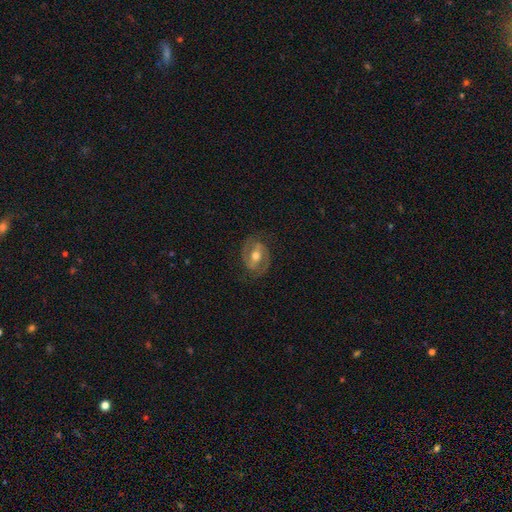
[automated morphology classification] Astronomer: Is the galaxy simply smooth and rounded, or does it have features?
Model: featured or disk — 78%.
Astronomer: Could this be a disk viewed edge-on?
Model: no — 96%.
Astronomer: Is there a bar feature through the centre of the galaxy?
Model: strong — 40% (runner-up: weak, 39%).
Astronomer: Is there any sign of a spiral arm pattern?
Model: yes — 84%.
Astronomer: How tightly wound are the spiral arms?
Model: medium — 49% (runner-up: tight, 35%).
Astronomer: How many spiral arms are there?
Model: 2 — 88%.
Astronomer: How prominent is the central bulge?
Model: moderate — 74%.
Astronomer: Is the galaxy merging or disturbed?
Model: none — 79%.